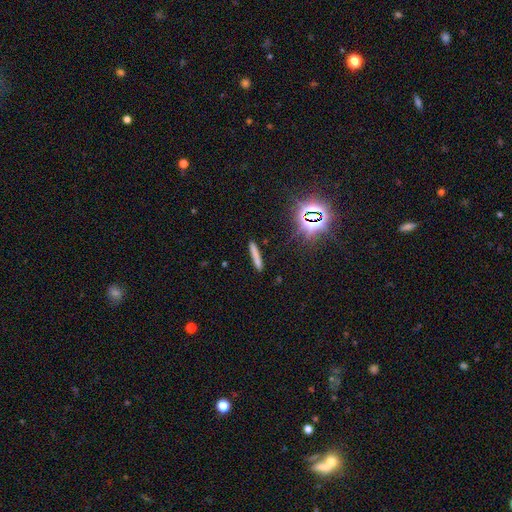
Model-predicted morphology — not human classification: This is likely a smooth galaxy (71%). How rounded: clearly cigar-shaped (94%). Merging: clearly none (87%).